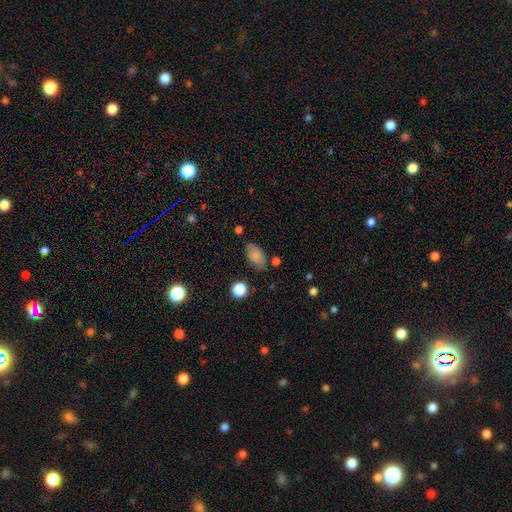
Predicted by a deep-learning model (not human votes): smooth-or-featured: smooth: 80% | featured or disk: 11% | star or artifact: 9%
  how-rounded: in between: 91% | round: 7% | cigar-shaped: 2%
  merging: none: 71% | minor disturbance: 20% | major disturbance: 5% | merger: 4%